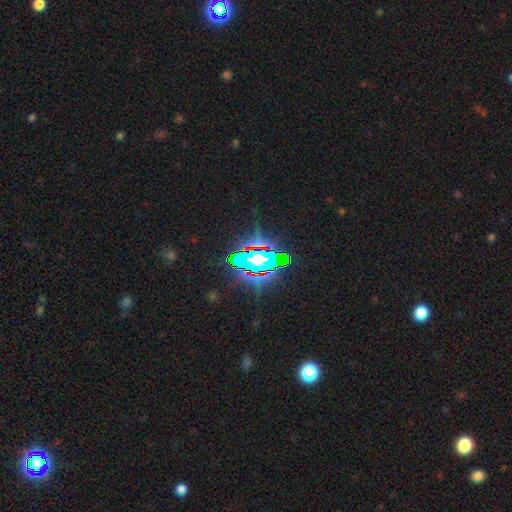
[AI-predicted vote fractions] This appears to be a star or artifact, not a galaxy (85%).